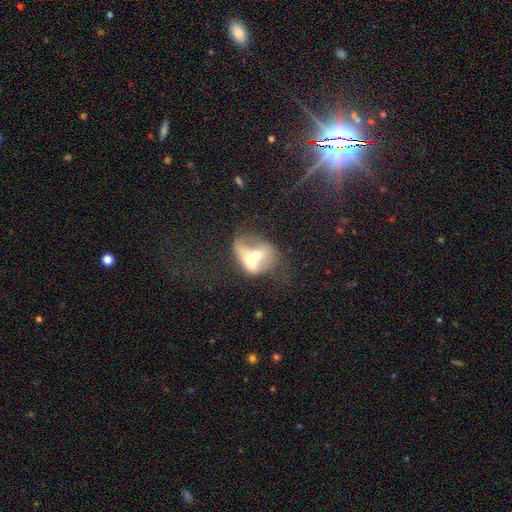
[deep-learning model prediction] A smooth galaxy with no disk features (50%) that is in between round and cigar-shaped (54%). Merging: merger (77%).